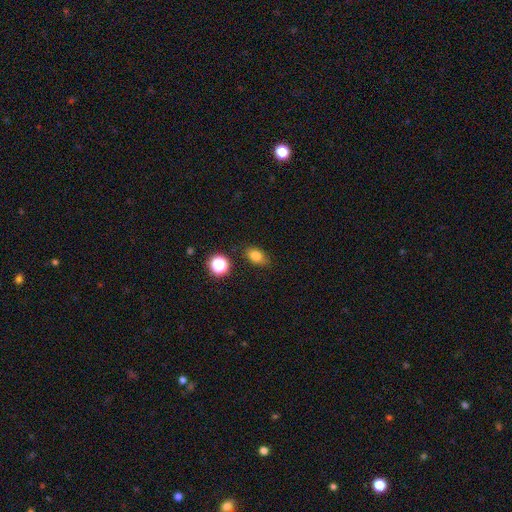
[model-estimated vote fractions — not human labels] Smooth or featured? smooth (78%)
How rounded? in between (79%)
Merging? none (80%)